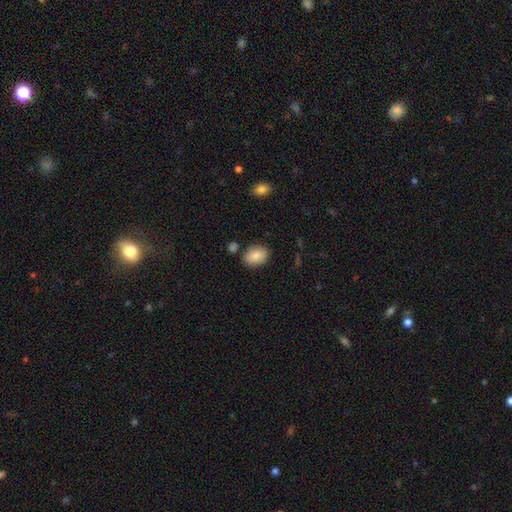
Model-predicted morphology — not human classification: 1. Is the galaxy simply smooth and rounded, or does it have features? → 85% smooth, 8% featured or disk, 7% star or artifact.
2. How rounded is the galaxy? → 75% in between, 24% round, 1% cigar-shaped.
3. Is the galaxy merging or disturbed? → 82% none, 12% minor disturbance, 4% merger, 2% major disturbance.